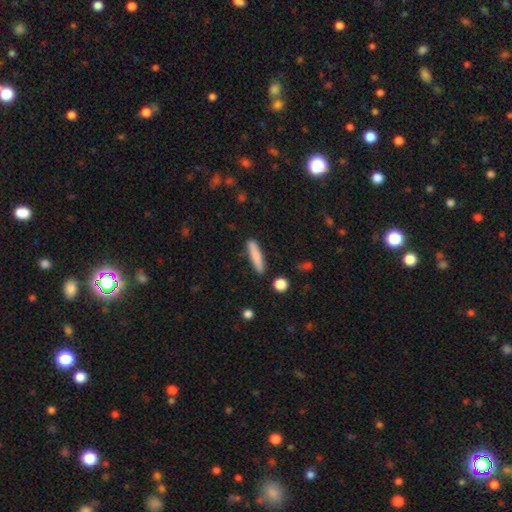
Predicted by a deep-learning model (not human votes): smooth_or_featured: smooth (p=0.82) [alt: featured or disk p=0.12]
how_rounded: cigar-shaped (p=0.87) [alt: in between p=0.11]
merging: none (p=0.87) [alt: minor disturbance p=0.08]